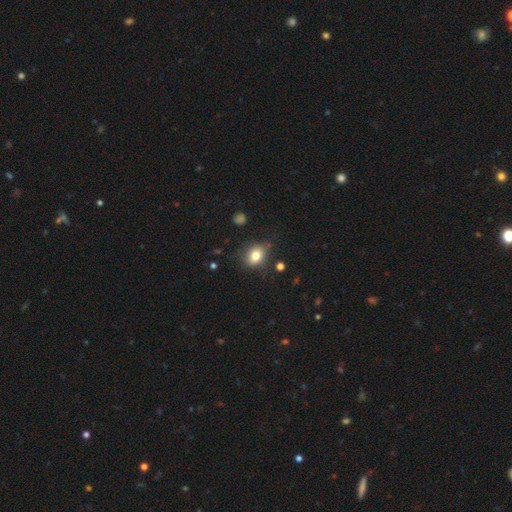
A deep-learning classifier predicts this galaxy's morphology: A smooth galaxy with no disk features (79%) that is in between round and cigar-shaped (53%).

Vote fractions:
- Smooth or featured? smooth: 79% / star or artifact: 11% / featured or disk: 10%
- How rounded? in between: 53% / round: 46% / cigar-shaped: 1%
- Merging? none: 74% / minor disturbance: 19% / major disturbance: 5% / merger: 2%